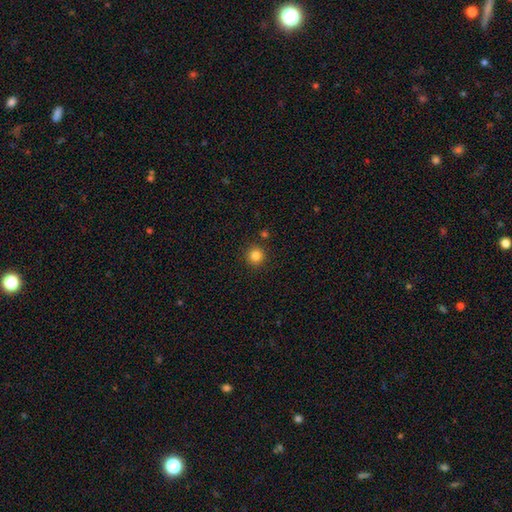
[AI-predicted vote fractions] This appears to be a smooth galaxy with no disk features (84%) that is round (94%). Merging: none (89%).